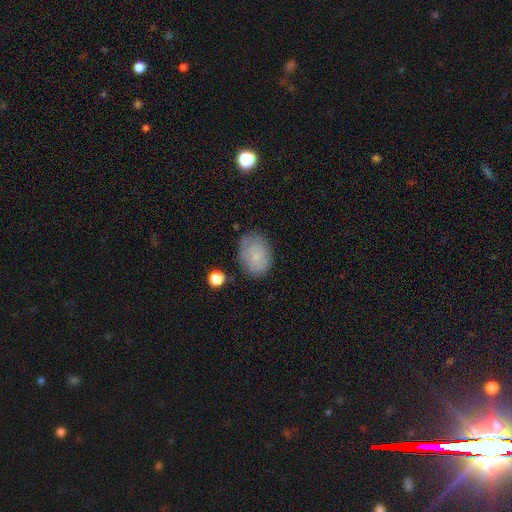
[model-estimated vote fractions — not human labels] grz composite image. It shows a smooth galaxy with no disk features (75%) that is in between round and cigar-shaped (72%). Merging: none (75%).